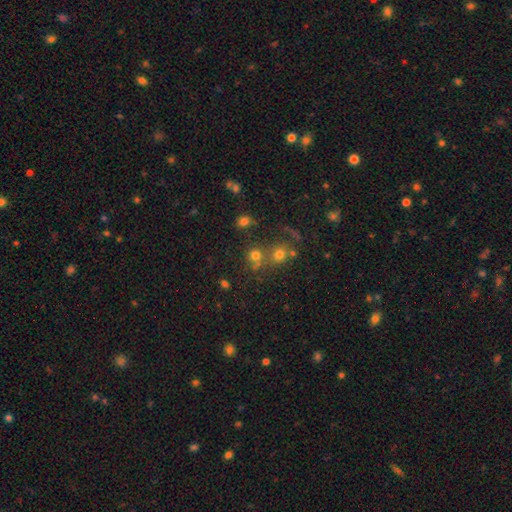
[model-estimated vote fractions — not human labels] Overall: smooth (69%). How rounded: round (85%). Merging: none (57%; merger 30%).